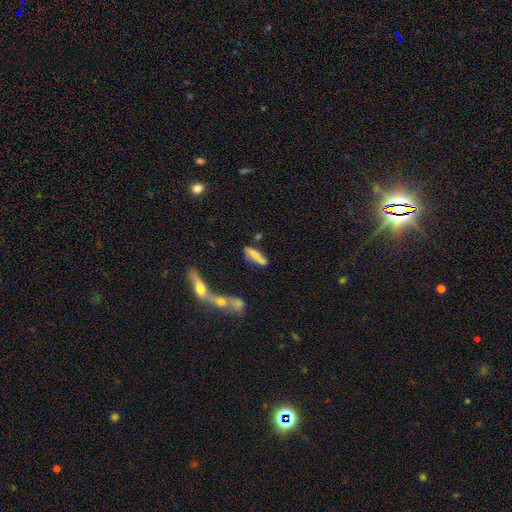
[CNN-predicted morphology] smooth_or_featured: smooth (p=0.63) [alt: featured or disk p=0.29]
how_rounded: cigar-shaped (p=0.56) [alt: in between p=0.41]
merging: none (p=0.61) [alt: minor disturbance p=0.18]